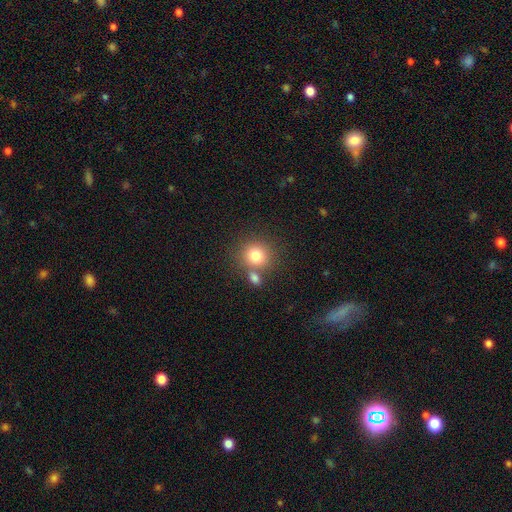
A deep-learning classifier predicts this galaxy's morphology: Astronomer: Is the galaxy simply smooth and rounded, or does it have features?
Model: smooth — 80%.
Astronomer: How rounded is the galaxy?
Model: round — 85%.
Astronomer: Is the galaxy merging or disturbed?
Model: none — 63%.